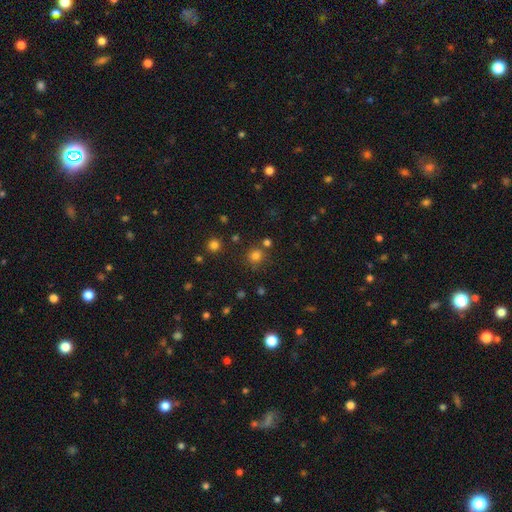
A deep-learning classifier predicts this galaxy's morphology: A smooth galaxy with no disk features (75%) that is round (87%).

Vote fractions:
- Smooth or featured? smooth: 75% / star or artifact: 19% / featured or disk: 6%
- How rounded? round: 87% / in between: 12% / cigar-shaped: 1%
- Merging? none: 74% / merger: 12% / minor disturbance: 10% / major disturbance: 4%